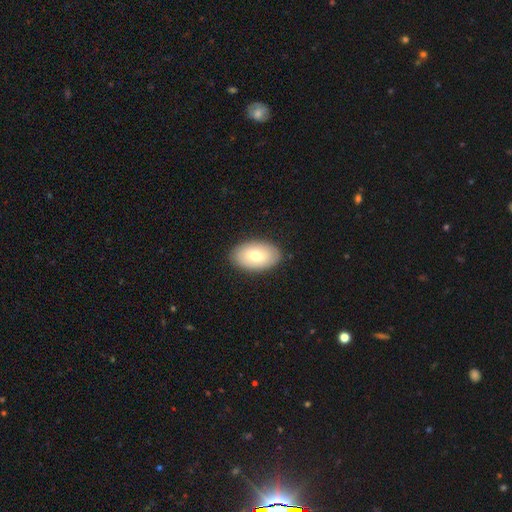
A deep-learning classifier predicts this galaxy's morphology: Smooth or featured? Predicted: smooth (p=0.69). How rounded? Predicted: in between (p=0.92). Merging? Predicted: none (p=0.88).